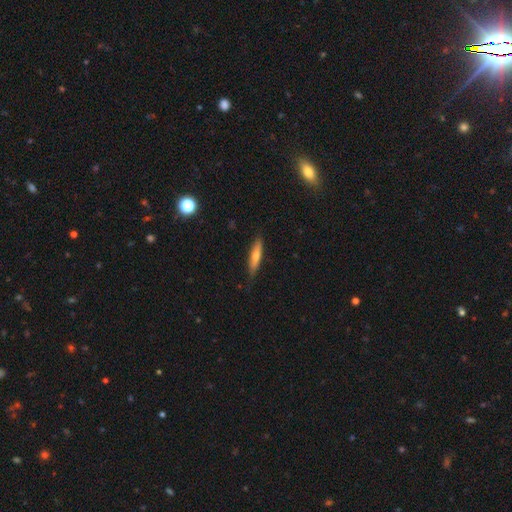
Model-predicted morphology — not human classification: smooth-or-featured: smooth: 51% | featured or disk: 41% | star or artifact: 8%
  how-rounded: cigar-shaped: 85% | in between: 13% | round: 2%
  merging: none: 85% | minor disturbance: 12% | major disturbance: 2% | merger: 1%